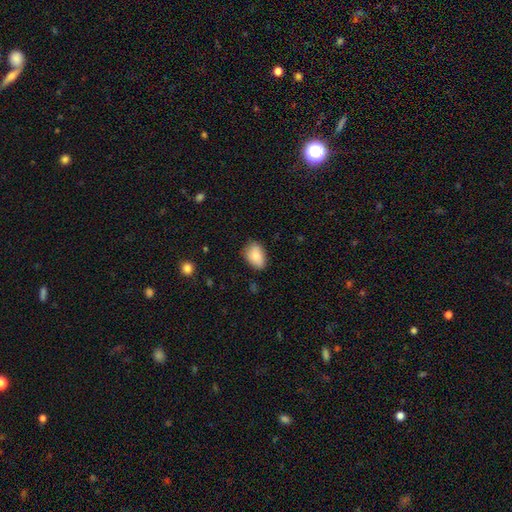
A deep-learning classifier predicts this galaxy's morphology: This is clearly a smooth galaxy (86%). How rounded: clearly in between (88%). Merging: likely none (75%).